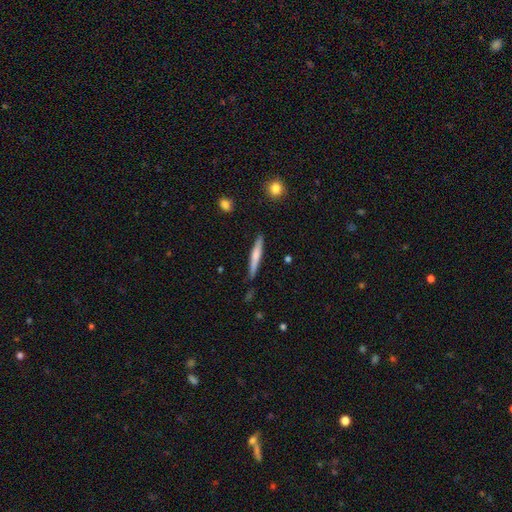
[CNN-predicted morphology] This is likely a smooth galaxy (60%). How rounded: clearly cigar-shaped (94%). Merging: clearly none (85%).